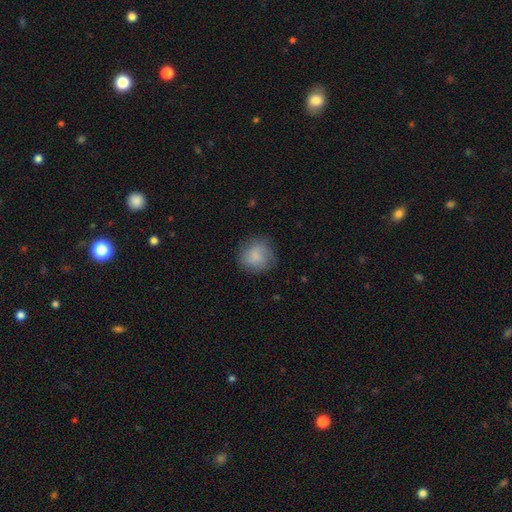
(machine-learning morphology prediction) smooth-or-featured: smooth: 83% | featured or disk: 10% | star or artifact: 7%
  how-rounded: round: 87% | in between: 12% | cigar-shaped: 1%
  merging: none: 77% | minor disturbance: 16% | major disturbance: 5% | merger: 1%